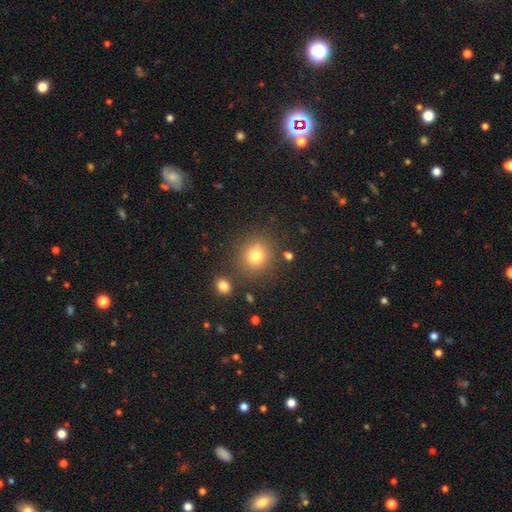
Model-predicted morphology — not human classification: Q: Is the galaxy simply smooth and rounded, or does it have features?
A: smooth — 77%.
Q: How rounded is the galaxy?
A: round — 82%.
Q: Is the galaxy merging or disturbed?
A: none — 82%.